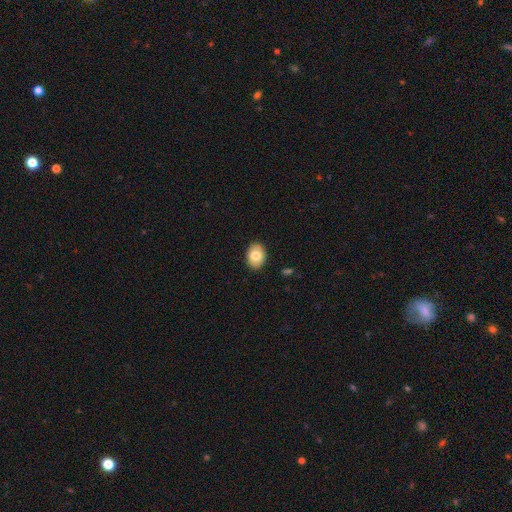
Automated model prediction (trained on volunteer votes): Overall: smooth (79%). How rounded: in between (68%; round 31%). Merging: none (89%).